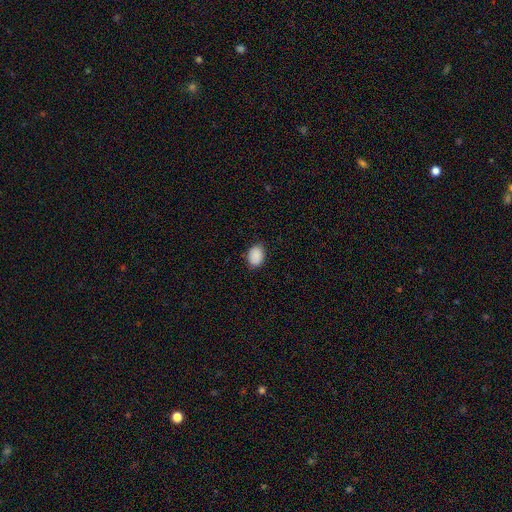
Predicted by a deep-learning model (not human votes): smooth 89%, star or artifact 7%, featured or disk 3%. Down the decision tree: how rounded — in between (75%); merging — none (82%).